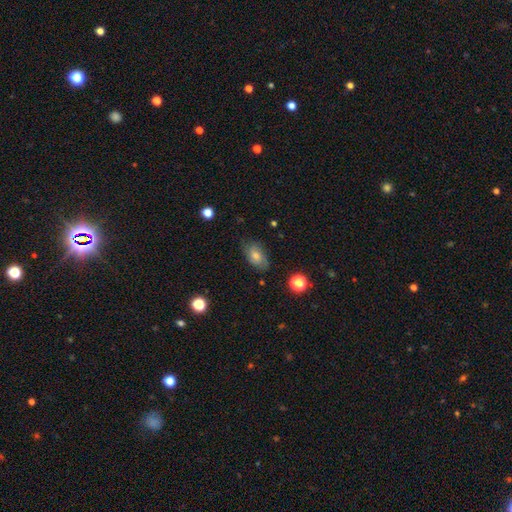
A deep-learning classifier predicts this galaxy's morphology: Q: Smooth or featured?
A: smooth (55%); runner-up: featured or disk (31%)
Q: How rounded?
A: in between (85%); runner-up: round (13%)
Q: Merging?
A: none (75%); runner-up: minor disturbance (19%)